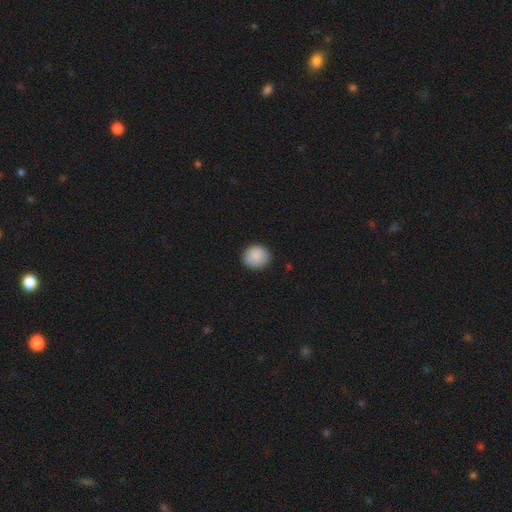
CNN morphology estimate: This appears to be a smooth galaxy with no disk features (88%) that is round (85%). Merging: none (89%).